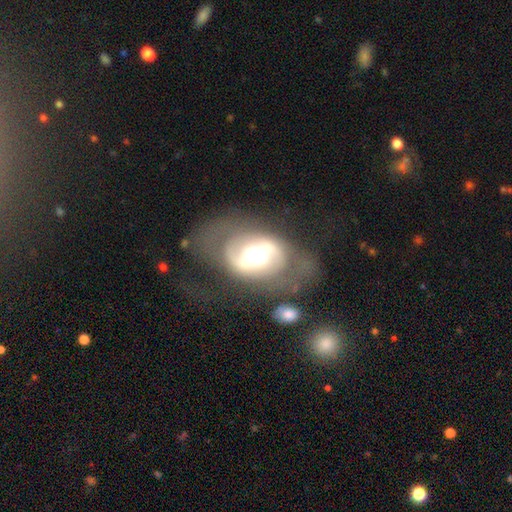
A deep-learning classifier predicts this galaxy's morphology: featured or disk 71%, smooth 21%, star or artifact 7%. Down the decision tree: edge-on disk — no (94%); bar — strong (39%); spiral arms — yes (65%); bulge size — moderate (47%); merging — none (51%).